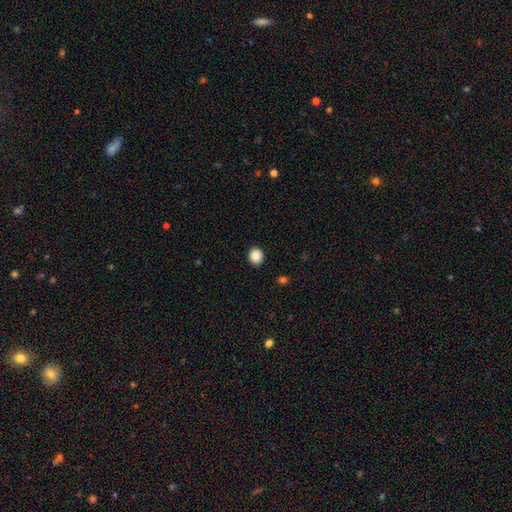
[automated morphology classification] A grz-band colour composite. It shows a smooth galaxy with no disk features (87%) that is round (83%). Merging: none (92%).